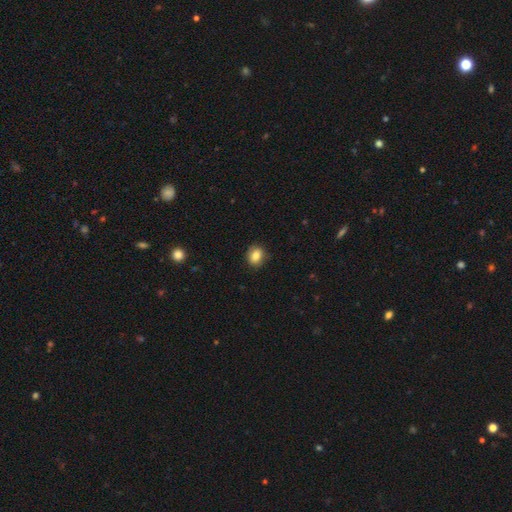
Q: Smooth or featured?
A: smooth (90%); runner-up: star or artifact (8%)
Q: How rounded?
A: round (77%); runner-up: in between (23%)
Q: Merging?
A: none (100%)